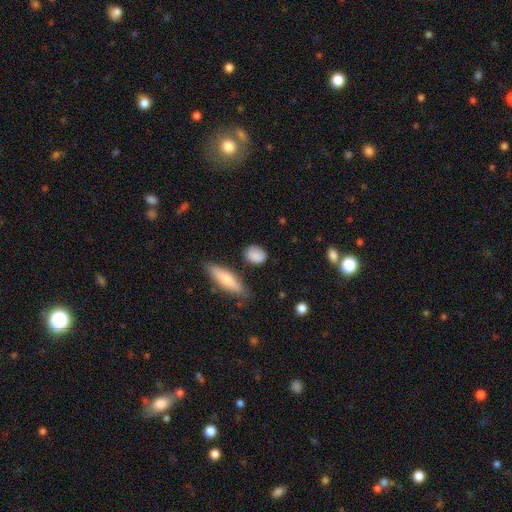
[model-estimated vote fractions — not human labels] smooth-or-featured: smooth: 85% | featured or disk: 8% | star or artifact: 7%
  how-rounded: in between: 53% | round: 41% | cigar-shaped: 6%
  merging: none: 75% | minor disturbance: 17% | major disturbance: 4% | merger: 4%